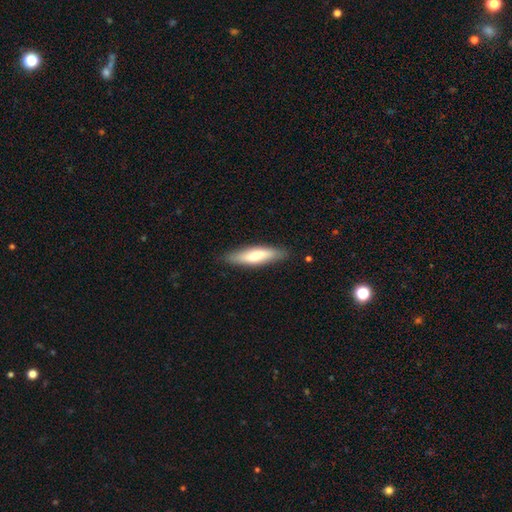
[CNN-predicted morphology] The model was most divided on "how rounded": cigar-shaped: 68%, in between: 31%, round: 2%. More confident: merging — none (86%); smooth or featured — smooth (69%).